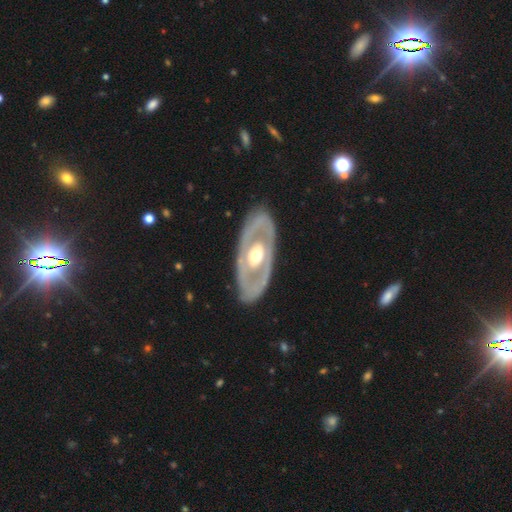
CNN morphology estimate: smooth-or-featured: featured or disk: 71% | smooth: 26% | star or artifact: 4%
  disk-edge-on: no: 86% | yes: 14%
    bar: no: 82% | weak: 12% | strong: 6%
    has-spiral-arms: no: 81% | yes: 19%
    bulge-size: moderate: 73% | large: 17% | small: 8% | dominant: 1% | none: 1%
  merging: none: 83% | minor disturbance: 11% | major disturbance: 4% | merger: 1%